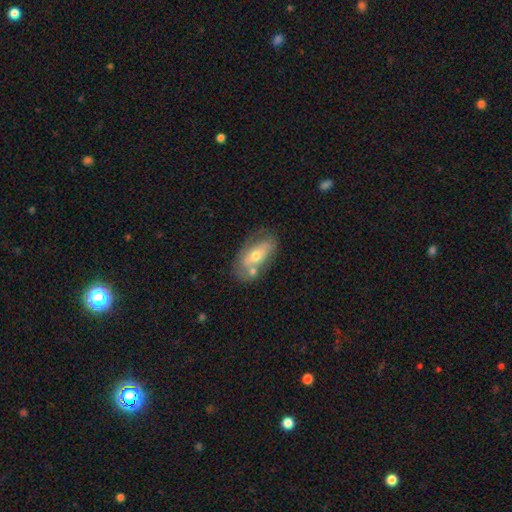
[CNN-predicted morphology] Q: Smooth or featured?
A: featured or disk (49%); runner-up: smooth (44%)
Q: Merging?
A: none (54%); runner-up: minor disturbance (20%)